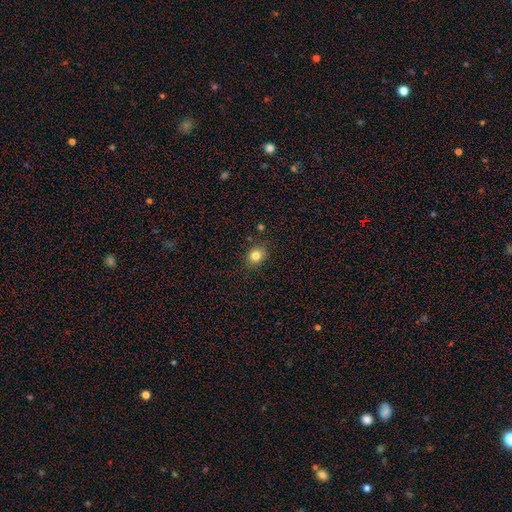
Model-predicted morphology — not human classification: Smooth or featured? Predicted: smooth (p=0.81). How rounded? Predicted: round (p=0.57). Merging? Predicted: none (p=0.85).